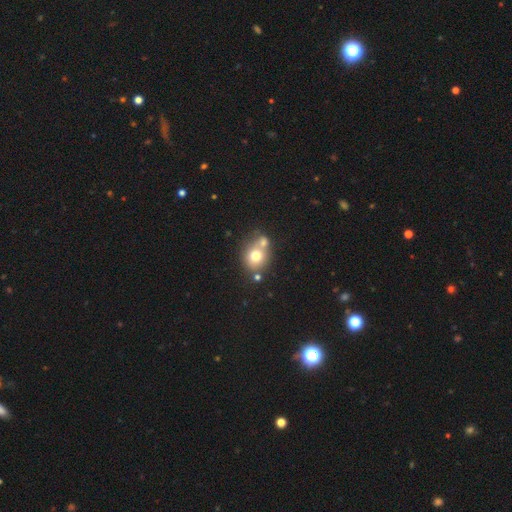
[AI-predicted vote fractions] Smooth or featured?
  - smooth: 71% *
  - featured or disk: 17%
  - star or artifact: 12%
How rounded?
  - round: 75% *
  - in between: 24%
  - cigar-shaped: 1%
Merging?
  - none: 47% *
  - merger: 39%
  - minor disturbance: 10%
  - major disturbance: 4%